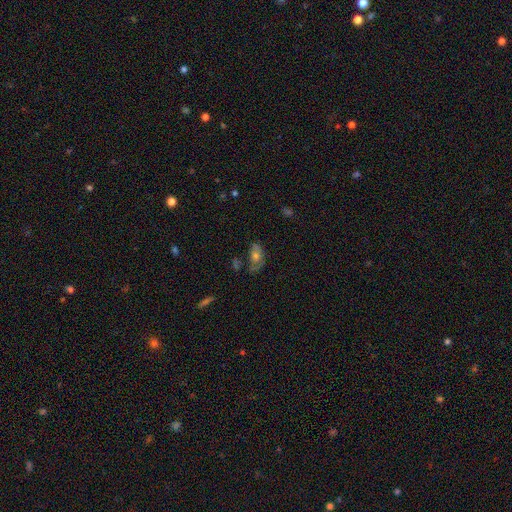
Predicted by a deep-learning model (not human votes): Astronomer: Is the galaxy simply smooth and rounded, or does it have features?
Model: smooth — 46% (runner-up: featured or disk, 40%).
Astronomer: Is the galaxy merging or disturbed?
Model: none — 49% (runner-up: minor disturbance, 26%).